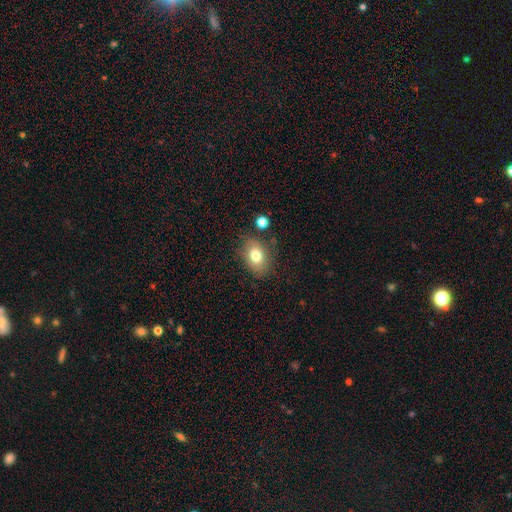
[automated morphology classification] This appears to be a smooth galaxy with no disk features (76%) that is in between round and cigar-shaped (76%). Merging: none (76%).